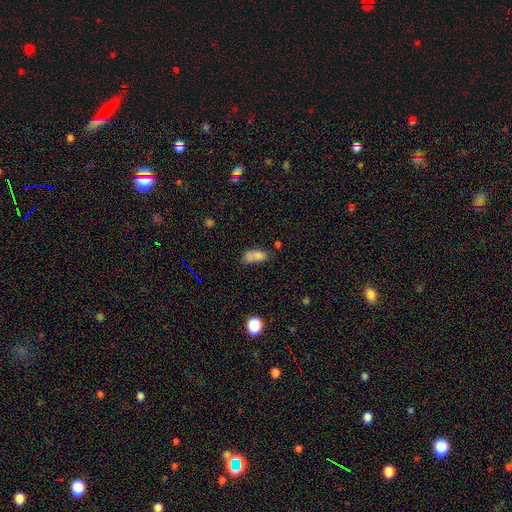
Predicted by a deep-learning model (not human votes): smooth 73%, featured or disk 15%, star or artifact 12%. Down the decision tree: how rounded — in between (81%); merging — merger (41%).